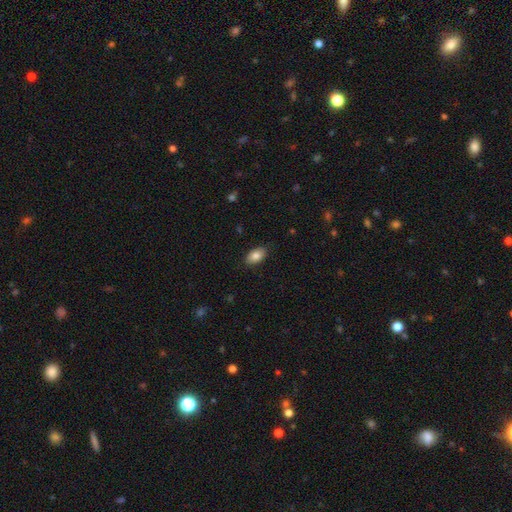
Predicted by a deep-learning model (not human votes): Smooth or featured?
  - smooth: 84% *
  - featured or disk: 9%
  - star or artifact: 7%
How rounded?
  - in between: 94% *
  - round: 5%
  - cigar-shaped: 2%
Merging?
  - none: 87% *
  - minor disturbance: 10%
  - major disturbance: 2%
  - merger: 1%